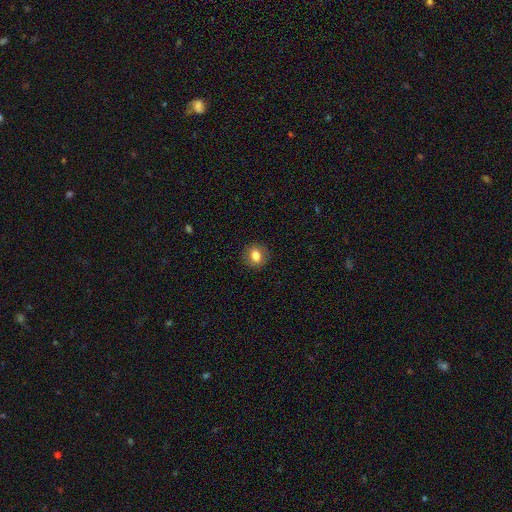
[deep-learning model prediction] The model was most divided on "how rounded": round: 69%, in between: 30%, cigar-shaped: 1%. More confident: merging — none (88%); smooth or featured — smooth (79%).